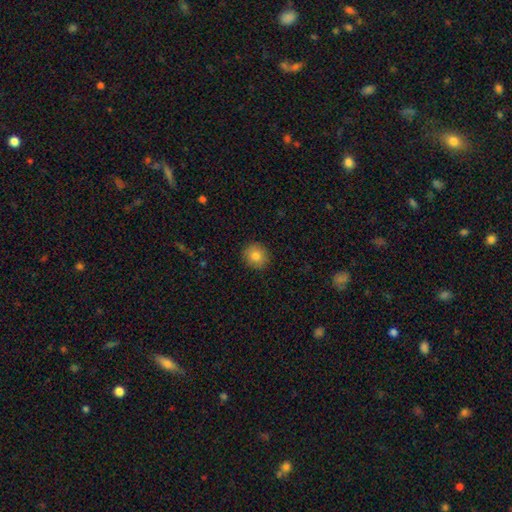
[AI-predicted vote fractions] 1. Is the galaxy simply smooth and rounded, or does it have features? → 83% smooth, 9% star or artifact, 8% featured or disk.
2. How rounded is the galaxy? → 85% round, 14% in between, 1% cigar-shaped.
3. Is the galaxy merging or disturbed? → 91% none, 7% minor disturbance, 2% major disturbance, 1% merger.